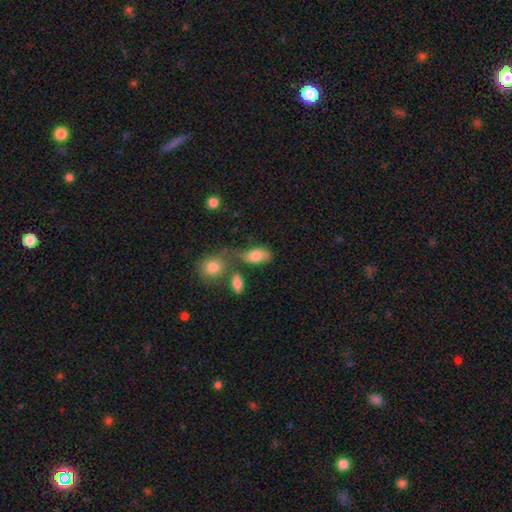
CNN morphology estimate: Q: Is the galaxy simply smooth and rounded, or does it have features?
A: smooth — 79%.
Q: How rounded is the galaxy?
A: in between — 90%.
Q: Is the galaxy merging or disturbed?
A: none — 48%.